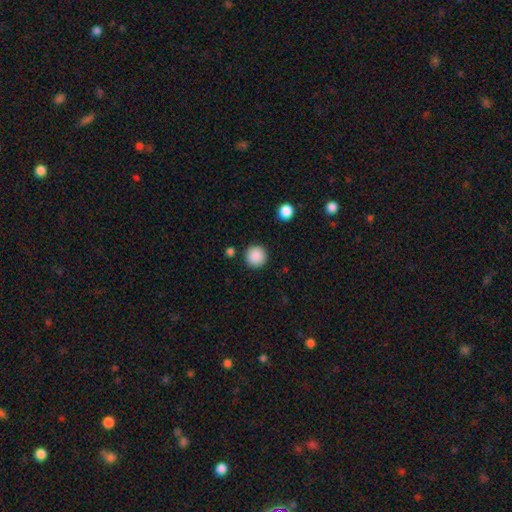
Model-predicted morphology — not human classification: Smooth or featured? Predicted: smooth (p=0.89). How rounded? Predicted: round (p=0.96). Merging? Predicted: none (p=0.90).